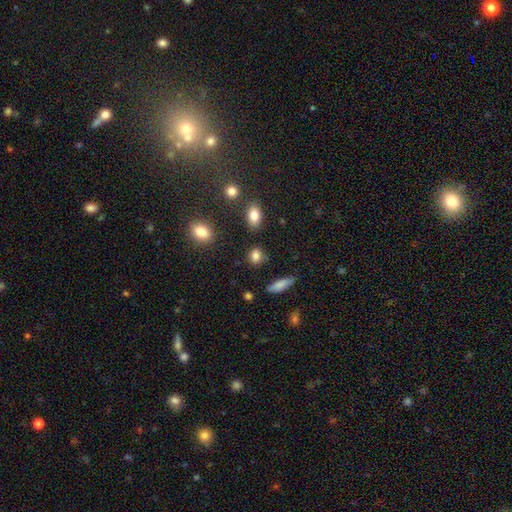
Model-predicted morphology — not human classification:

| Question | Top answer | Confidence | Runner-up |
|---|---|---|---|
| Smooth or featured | smooth | 83% | star or artifact (11%) |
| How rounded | round | 62% | in between (35%) |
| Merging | none | 79% | minor disturbance (13%) |